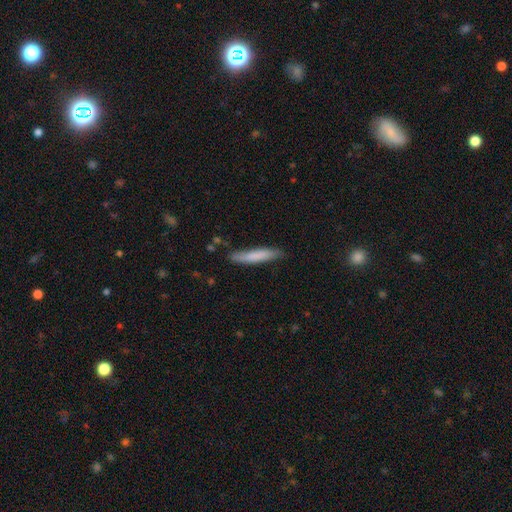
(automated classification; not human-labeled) The model was most divided on "smooth or featured": smooth: 77%, featured or disk: 17%, star or artifact: 5%. More confident: how rounded — cigar-shaped (91%); merging — none (82%).